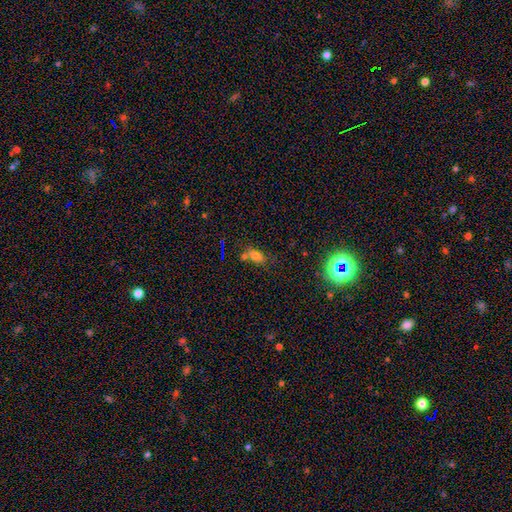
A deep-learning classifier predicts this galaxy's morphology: smooth-or-featured: smooth: 71% | star or artifact: 17% | featured or disk: 11%
  how-rounded: in between: 81% | round: 14% | cigar-shaped: 5%
  merging: none: 49% | merger: 29% | minor disturbance: 15% | major disturbance: 7%